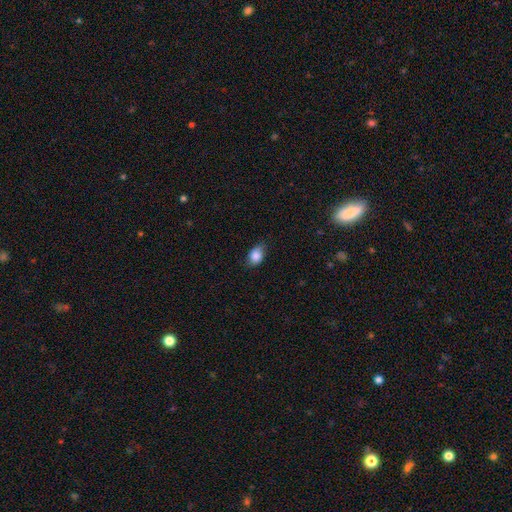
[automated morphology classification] This appears to be a smooth galaxy with no disk features (85%) that is in between round and cigar-shaped (79%). Merging: none (67%).